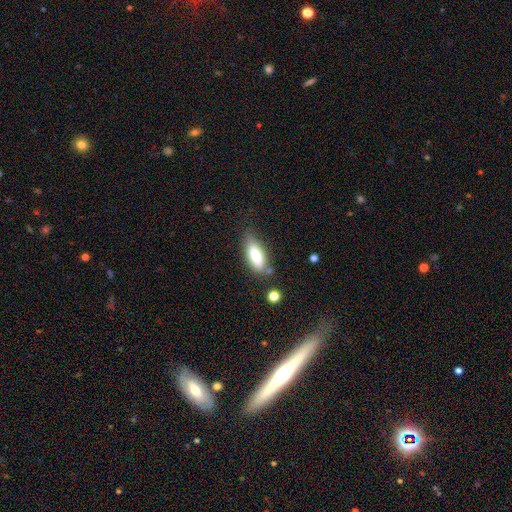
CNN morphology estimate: smooth 77%, featured or disk 16%, star or artifact 7%. Down the decision tree: how rounded — in between (74%); merging — none (69%).